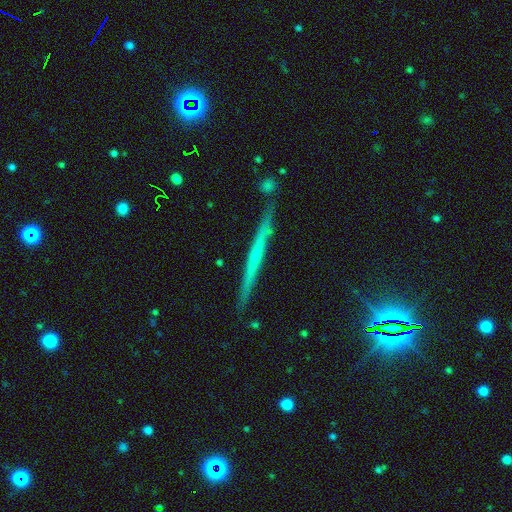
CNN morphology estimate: A featured or disk galaxy (62%) viewed edge-on (97%) with no central bulge (77%).

Vote fractions:
- Smooth or featured? featured or disk: 62% / smooth: 29% / star or artifact: 9%
- Edge-on disk? yes: 97% / no: 3%
- Edge-on bulge? none: 77% / rounded: 17% / boxy: 6%
- Merging? none: 86% / minor disturbance: 10% / merger: 2% / major disturbance: 2%